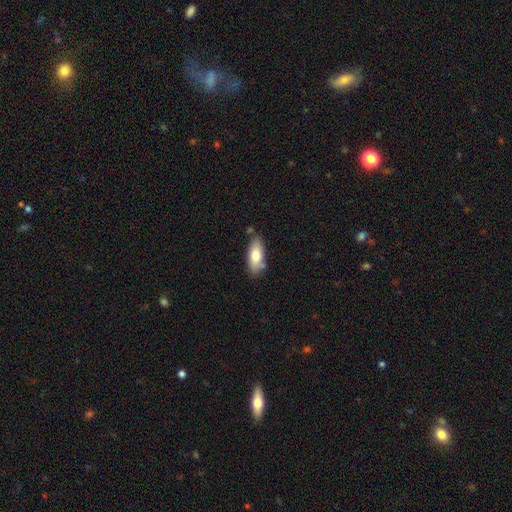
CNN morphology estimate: The model was most divided on "merging": none: 73%, minor disturbance: 17%, merger: 7%, major disturbance: 3%. More confident: how rounded — in between (82%); smooth or featured — smooth (75%).